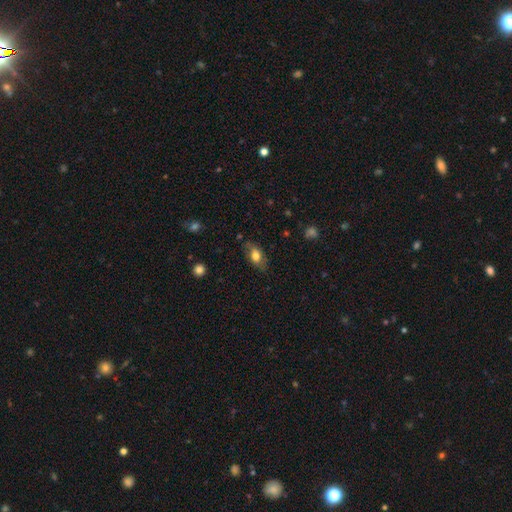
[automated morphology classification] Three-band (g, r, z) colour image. It shows a smooth galaxy with no disk features (70%) that is in between round and cigar-shaped (87%). Merging: none (76%).